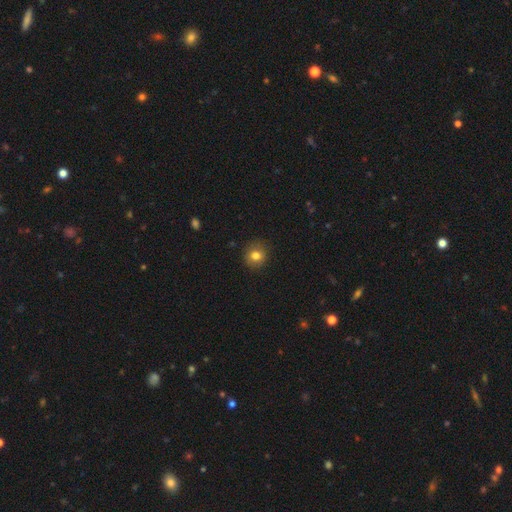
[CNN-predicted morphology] smooth_or_featured: smooth (p=0.80) [alt: star or artifact p=0.11]
how_rounded: round (p=0.86) [alt: in between p=0.13]
merging: none (p=0.87) [alt: minor disturbance p=0.09]